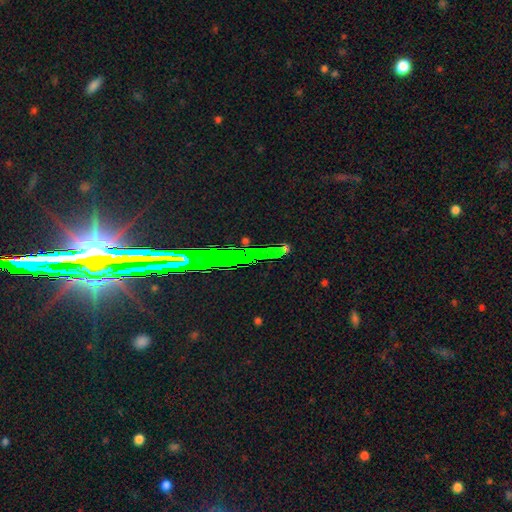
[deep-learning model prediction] Smooth or featured? Predicted: star or artifact (p=0.65).